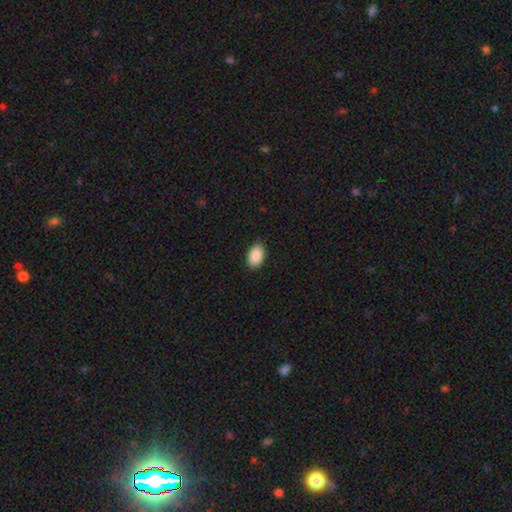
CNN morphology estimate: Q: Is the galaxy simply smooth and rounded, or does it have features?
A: smooth — 90%.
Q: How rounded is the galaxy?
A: in between — 93%.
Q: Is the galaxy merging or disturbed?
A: none — 88%.